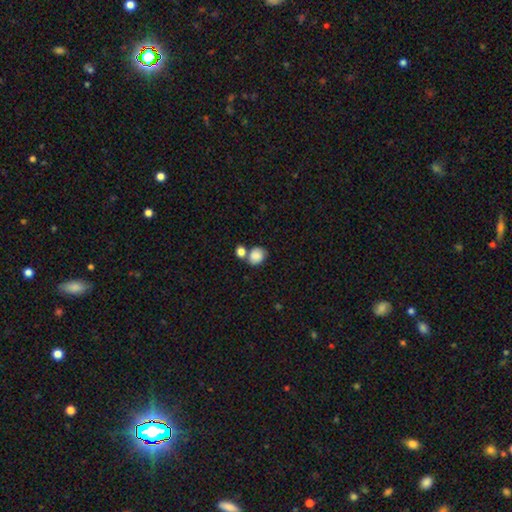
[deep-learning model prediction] A smooth galaxy with no disk features (84%) that is round (62%).

Vote fractions:
- Smooth or featured? smooth: 84% / star or artifact: 8% / featured or disk: 7%
- How rounded? round: 62% / in between: 37% / cigar-shaped: 1%
- Merging? none: 46% / merger: 37% / minor disturbance: 12% / major disturbance: 5%